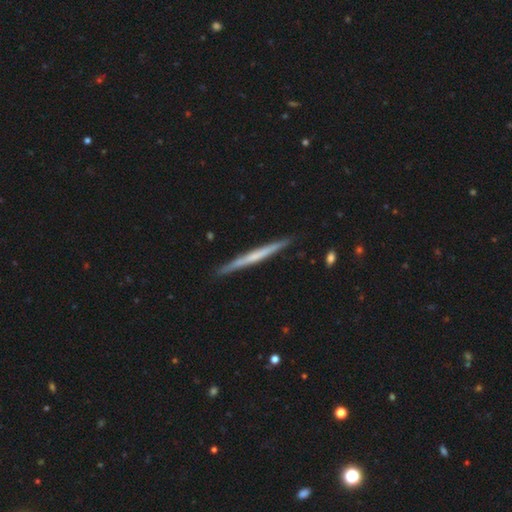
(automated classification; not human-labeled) Overall: featured or disk (57%; smooth 38%). Edge-on disk: yes (98%). Edge-on bulge: none (77%). Merging: none (91%).